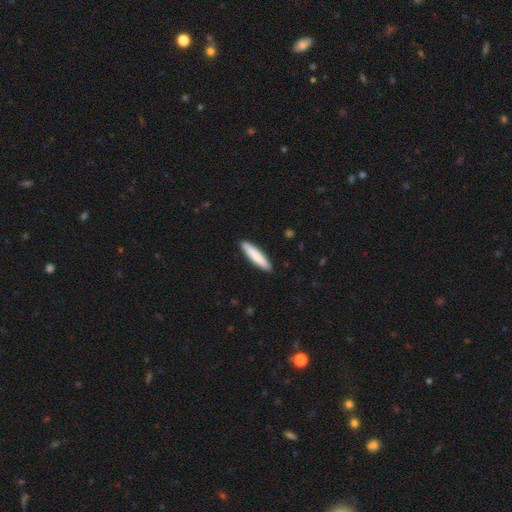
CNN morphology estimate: smooth_or_featured: smooth (p=0.82) [alt: featured or disk p=0.13]
how_rounded: cigar-shaped (p=0.86) [alt: in between p=0.13]
merging: none (p=0.91) [alt: minor disturbance p=0.07]